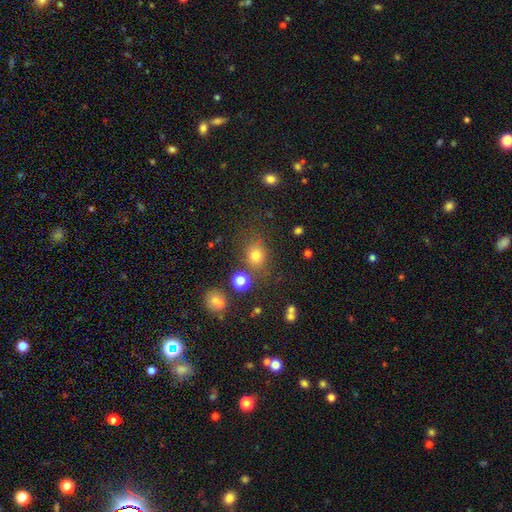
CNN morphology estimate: Smooth or featured: smooth — 75% (star or artifact — 17%)
How rounded: round — 70% (in between — 29%)
Merging: none — 75% (minor disturbance — 12%)